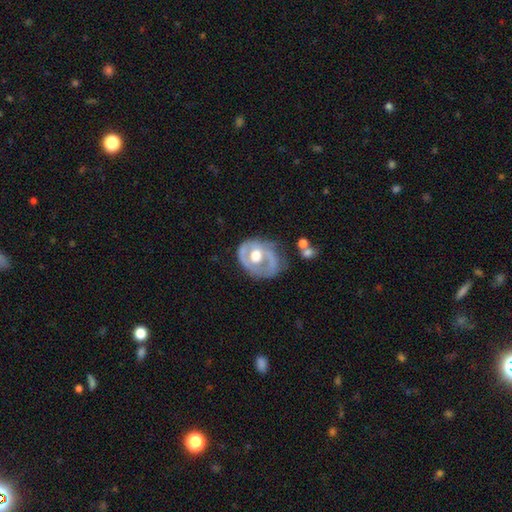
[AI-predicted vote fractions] A featured or disk galaxy (68%) with no bar (77%), no spiral arms (51%) and a moderate central bulge (56%).

Vote fractions:
- Smooth or featured? featured or disk: 68% / smooth: 26% / star or artifact: 5%
- Edge-on disk? no: 96% / yes: 4%
- Bar? no: 77% / weak: 18% / strong: 5%
- Spiral arms? no: 51% / yes: 49%
- Bulge size? moderate: 56% / large: 36% / small: 4% / dominant: 2% / none: 1%
- Merging? none: 43% / minor disturbance: 29% / major disturbance: 24% / merger: 4%